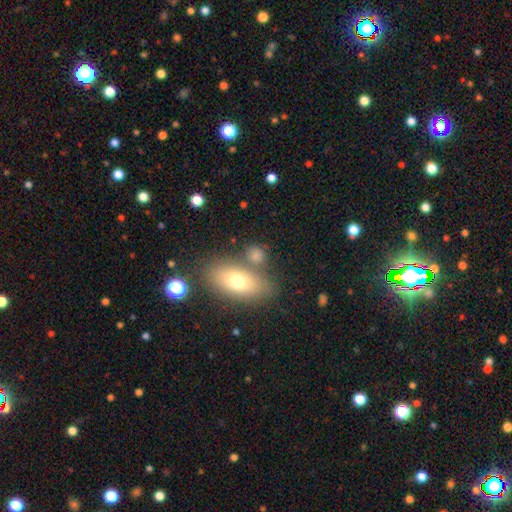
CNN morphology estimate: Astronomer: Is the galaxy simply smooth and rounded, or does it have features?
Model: smooth — 74%.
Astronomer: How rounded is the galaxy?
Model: in between — 50% (runner-up: round, 44%).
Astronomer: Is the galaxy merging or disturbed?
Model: none — 65%.